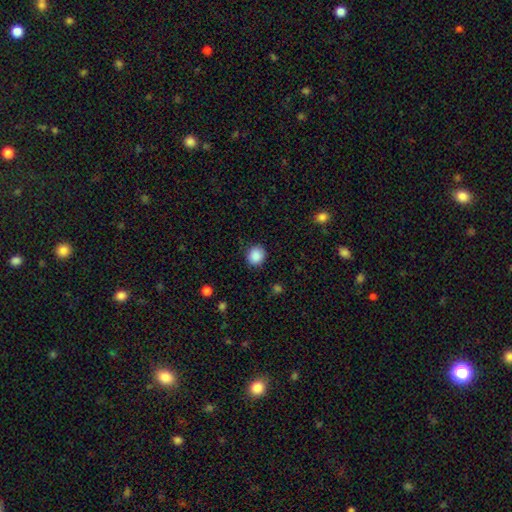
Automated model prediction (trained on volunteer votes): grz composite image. It shows a smooth galaxy with no disk features (88%) that is round (81%). Merging: none (87%).